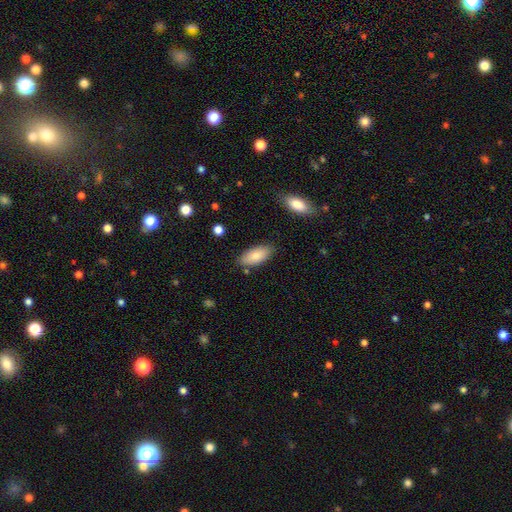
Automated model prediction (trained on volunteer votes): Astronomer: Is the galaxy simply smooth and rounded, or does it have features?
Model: smooth — 83%.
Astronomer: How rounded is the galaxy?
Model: in between — 89%.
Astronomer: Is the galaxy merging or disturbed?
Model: none — 80%.